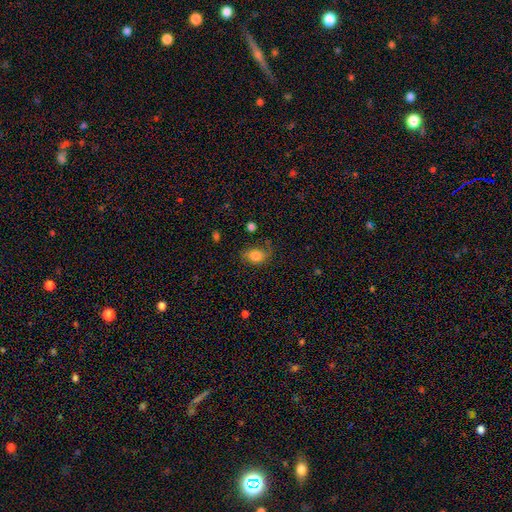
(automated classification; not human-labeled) A smooth galaxy with no disk features (69%) that is in between round and cigar-shaped (72%).

Vote fractions:
- Smooth or featured? smooth: 69% / featured or disk: 21% / star or artifact: 10%
- How rounded? in between: 72% / round: 26% / cigar-shaped: 2%
- Merging? none: 58% / minor disturbance: 27% / major disturbance: 13% / merger: 2%